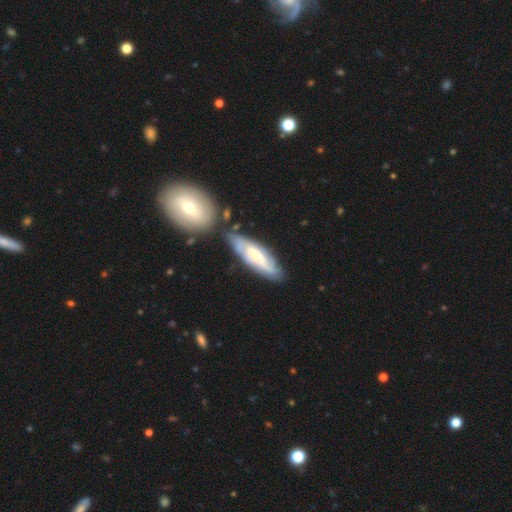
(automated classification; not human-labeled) featured or disk 63%, smooth 31%, star or artifact 5%. Down the decision tree: edge-on disk — no (71%); merging — none (66%).